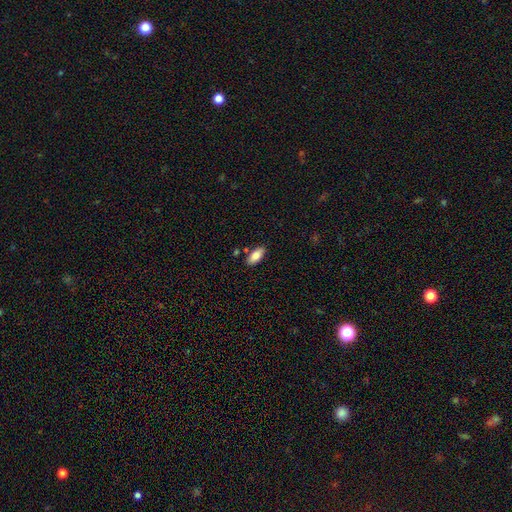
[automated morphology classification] type=smooth (82%); roundness=in between (90%); merging=none (83%).